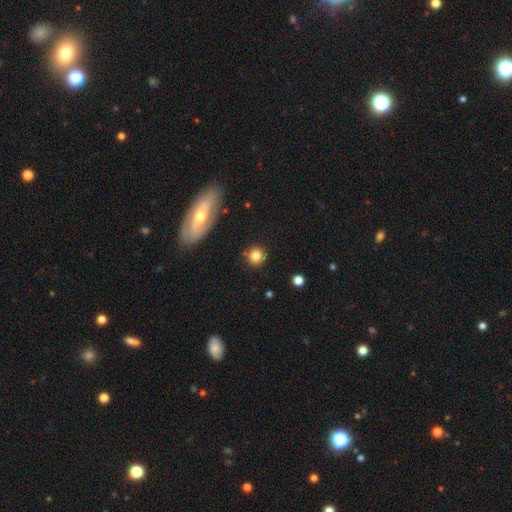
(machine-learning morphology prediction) smooth_or_featured: smooth (p=0.82) [alt: star or artifact p=0.10]
how_rounded: round (p=0.91) [alt: in between p=0.07]
merging: none (p=0.86) [alt: minor disturbance p=0.08]